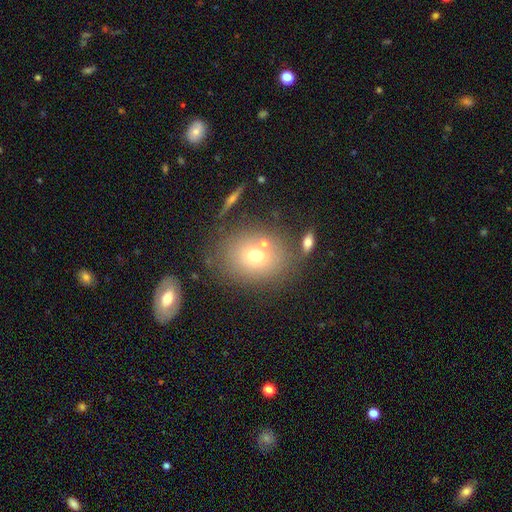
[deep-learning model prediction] smooth_or_featured: smooth (p=0.67) [alt: featured or disk p=0.19]
how_rounded: in between (p=0.51) [alt: round p=0.47]
merging: none (p=0.69) [alt: minor disturbance p=0.13]